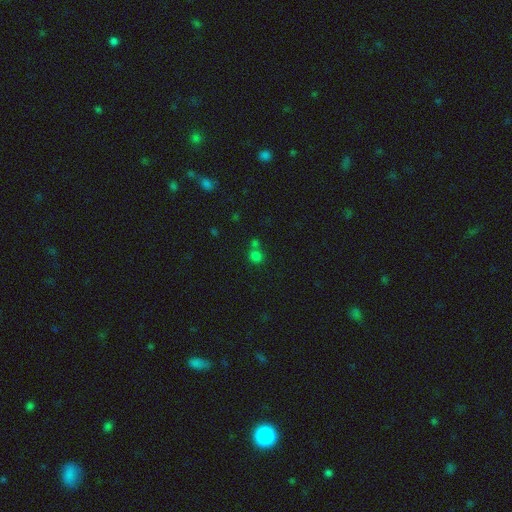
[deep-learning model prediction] This is likely a smooth galaxy (72%). How rounded: clearly round (84%). Merging: possibly none (53%).